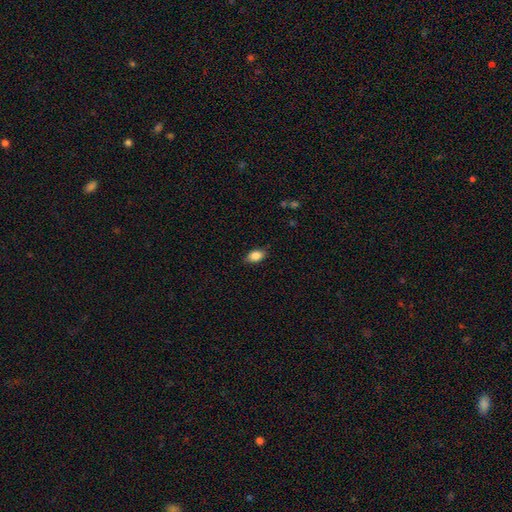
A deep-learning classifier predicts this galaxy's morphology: Smooth or featured? smooth (86%)
How rounded? in between (88%)
Merging? none (84%)